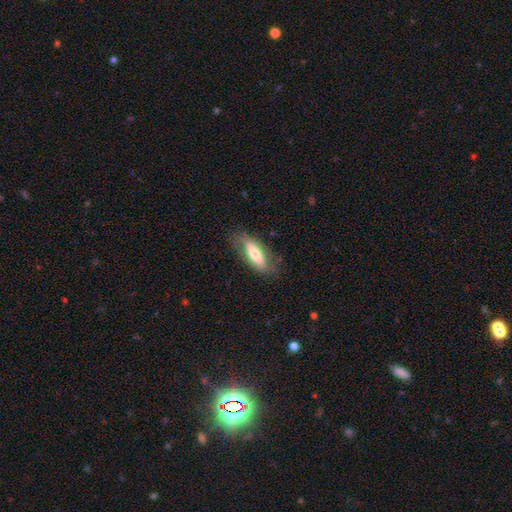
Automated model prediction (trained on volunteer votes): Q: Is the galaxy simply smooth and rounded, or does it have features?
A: smooth — 57%.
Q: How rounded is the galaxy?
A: in between — 69%.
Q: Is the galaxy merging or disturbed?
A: none — 75%.